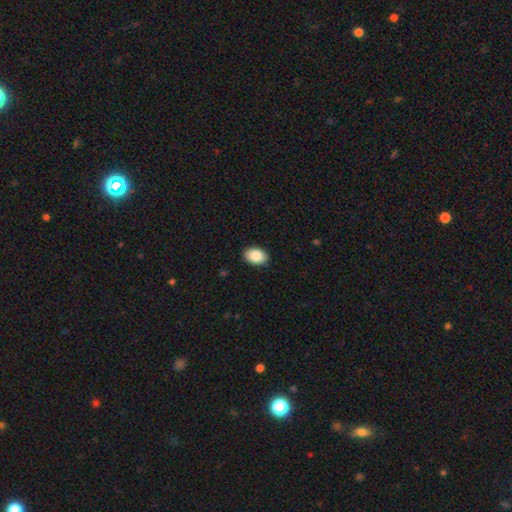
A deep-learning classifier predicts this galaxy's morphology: Smooth or featured?
  - smooth: 86% *
  - star or artifact: 7%
  - featured or disk: 7%
How rounded?
  - in between: 84% *
  - round: 15%
  - cigar-shaped: 1%
Merging?
  - none: 89% *
  - minor disturbance: 9%
  - major disturbance: 2%
  - merger: 1%